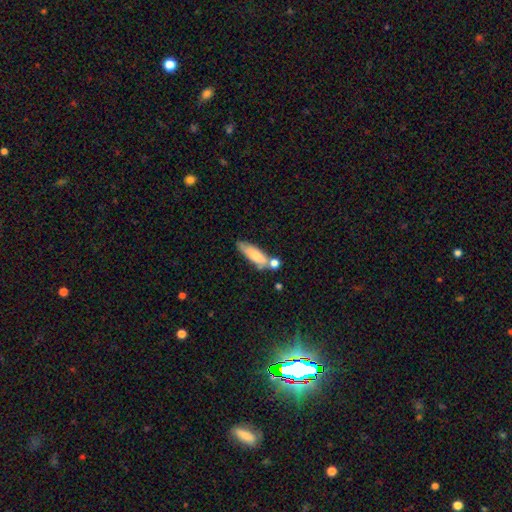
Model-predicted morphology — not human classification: This appears to be a smooth galaxy with no disk features (74%) that is cigar-shaped (53%). Merging: none (47%).